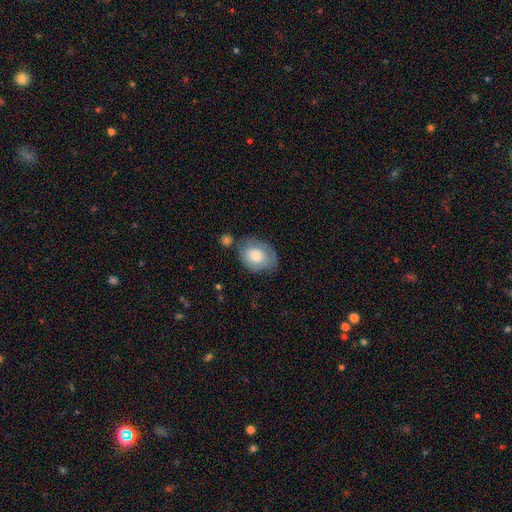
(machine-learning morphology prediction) type=smooth (66%); roundness=in between (69%); merging=none (57%).